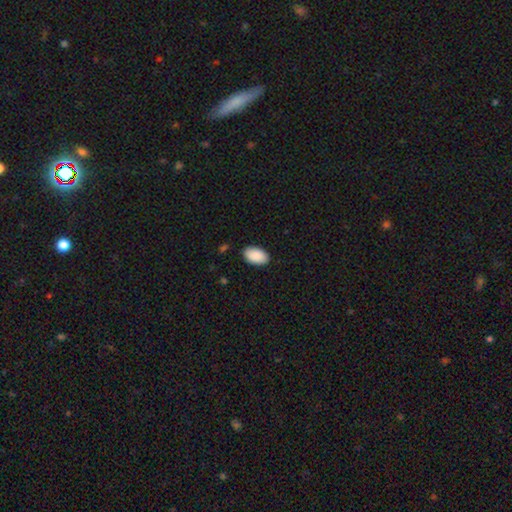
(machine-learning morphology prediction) type=smooth (91%); roundness=in between (95%); merging=none (88%).